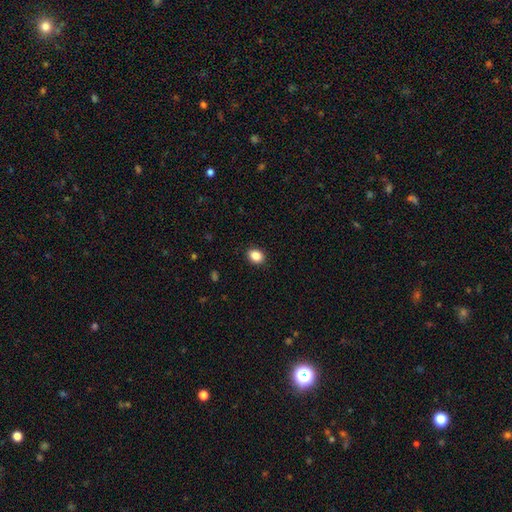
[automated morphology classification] Smooth or featured?
  - smooth: 87% *
  - star or artifact: 9%
  - featured or disk: 3%
How rounded?
  - in between: 57% *
  - round: 42%
  - cigar-shaped: 1%
Merging?
  - none: 90% *
  - minor disturbance: 7%
  - major disturbance: 2%
  - merger: 1%